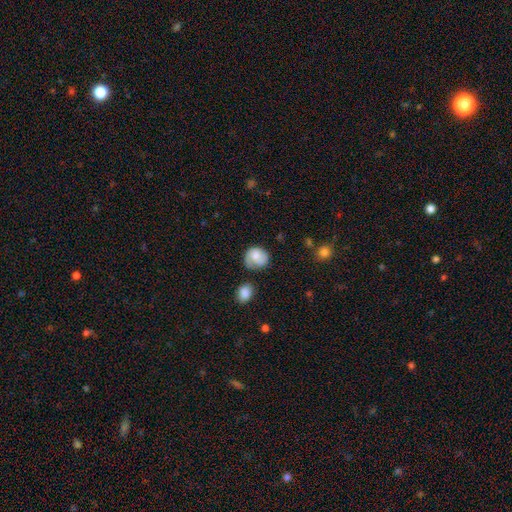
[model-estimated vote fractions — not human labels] Smooth or featured? Predicted: smooth (p=0.62). How rounded? Predicted: round (p=0.74). Merging? Predicted: none (p=0.56).